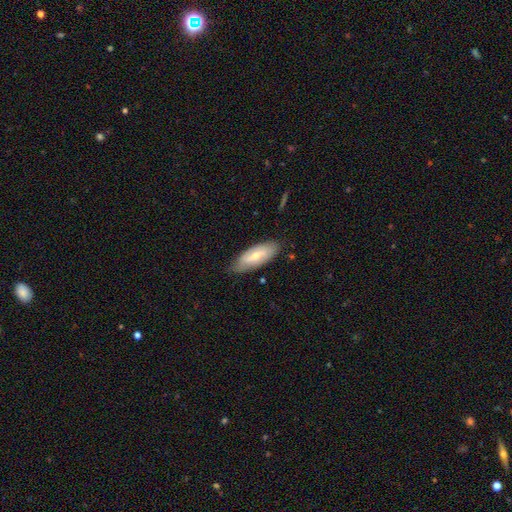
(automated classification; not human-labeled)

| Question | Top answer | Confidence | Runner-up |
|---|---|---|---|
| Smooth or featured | smooth | 52% | featured or disk (42%) |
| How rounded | in between | 79% | cigar-shaped (19%) |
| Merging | none | 78% | minor disturbance (18%) |